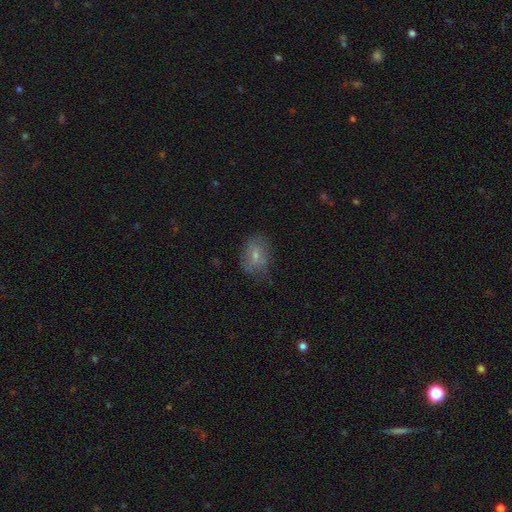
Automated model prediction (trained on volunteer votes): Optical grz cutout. It shows a smooth galaxy with no disk features (64%) that is in between round and cigar-shaped (73%). Merging: none (62%).